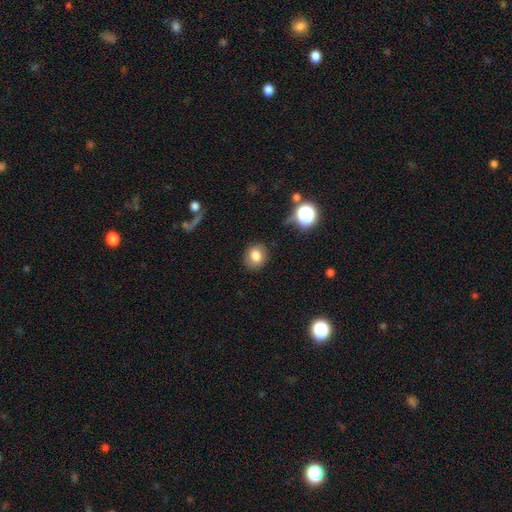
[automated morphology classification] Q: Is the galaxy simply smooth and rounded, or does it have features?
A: smooth — 79%.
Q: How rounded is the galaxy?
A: round — 65%.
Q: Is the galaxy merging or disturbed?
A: none — 84%.